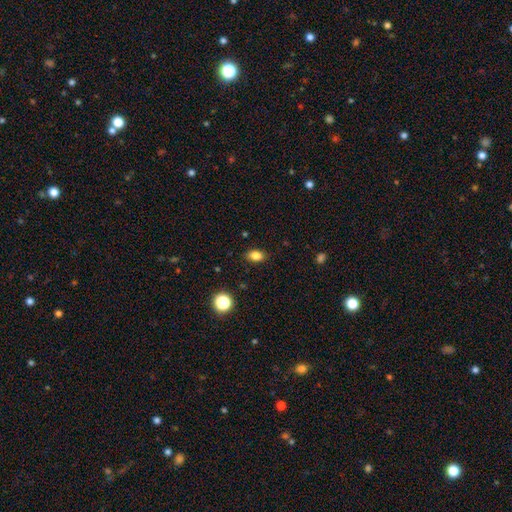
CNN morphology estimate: smooth-or-featured: smooth: 83% | star or artifact: 12% | featured or disk: 6%
  how-rounded: in between: 80% | round: 19% | cigar-shaped: 2%
  merging: none: 87% | minor disturbance: 9% | major disturbance: 2% | merger: 1%